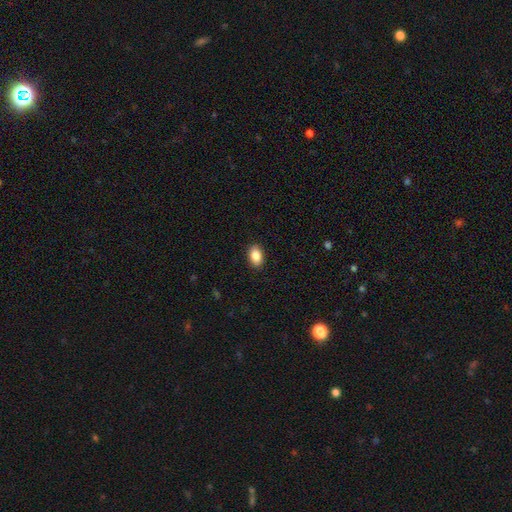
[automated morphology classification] smooth 87%, star or artifact 8%, featured or disk 5%. Down the decision tree: how rounded — in between (86%); merging — none (90%).